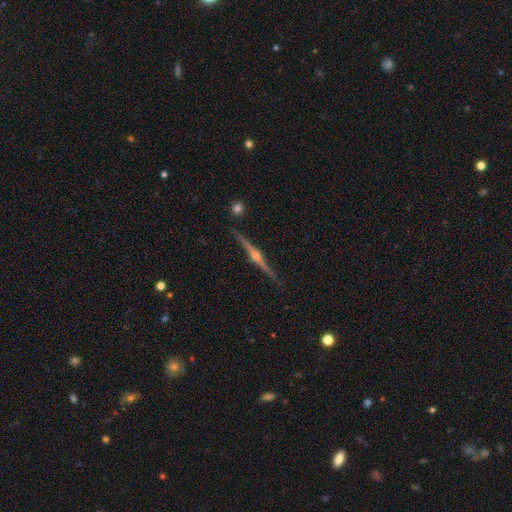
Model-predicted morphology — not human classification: Smooth or featured: featured or disk — 89% (smooth — 6%)
Edge-on disk: yes — 99% (no — 1%)
Edge-on bulge: rounded — 95% (boxy — 3%)
Merging: none — 91% (minor disturbance — 6%)